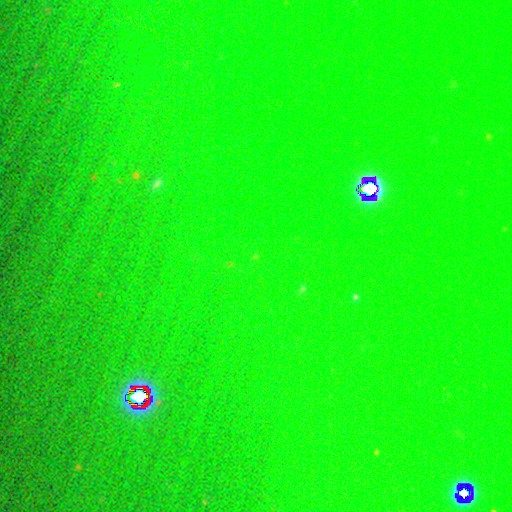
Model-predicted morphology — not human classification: type=star or artifact (78%).